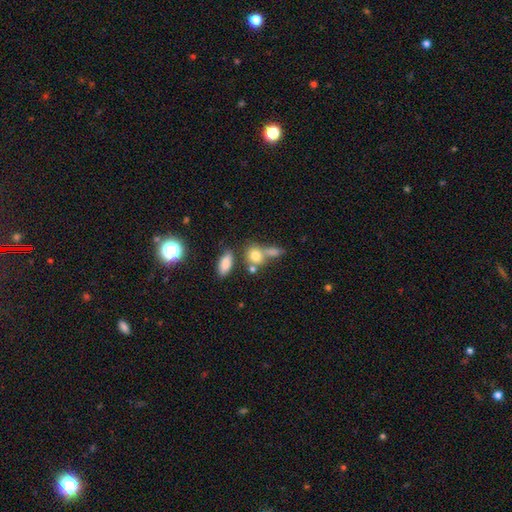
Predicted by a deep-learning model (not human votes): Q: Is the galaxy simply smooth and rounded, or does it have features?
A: smooth — 77%.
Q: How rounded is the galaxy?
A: in between — 49%.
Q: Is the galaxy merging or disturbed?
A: none — 41%, tied with merger.